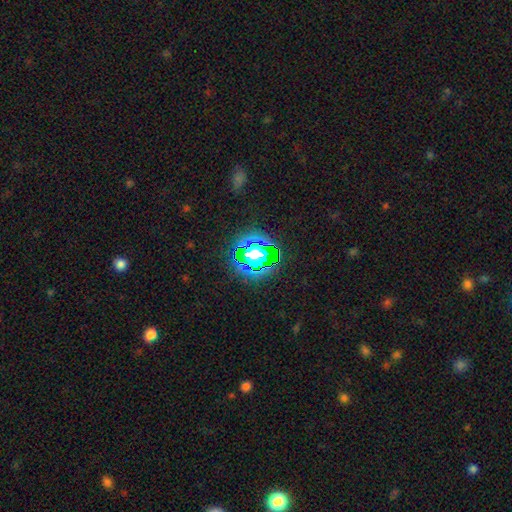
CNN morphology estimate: The model was most divided on "smooth or featured": star or artifact: 58%, smooth: 27%, featured or disk: 15%.